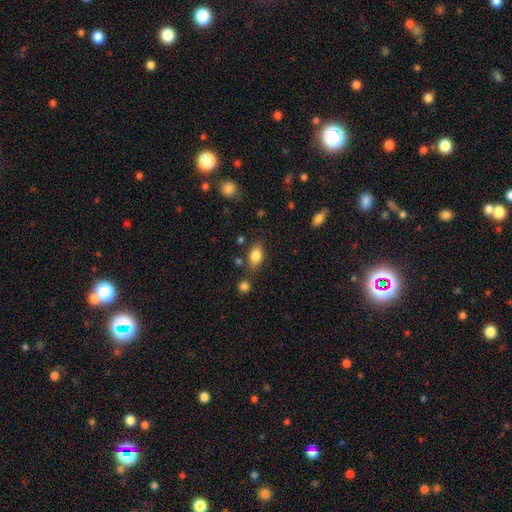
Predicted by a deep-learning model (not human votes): Overall: smooth (82%). How rounded: in between (80%). Merging: none (73%).